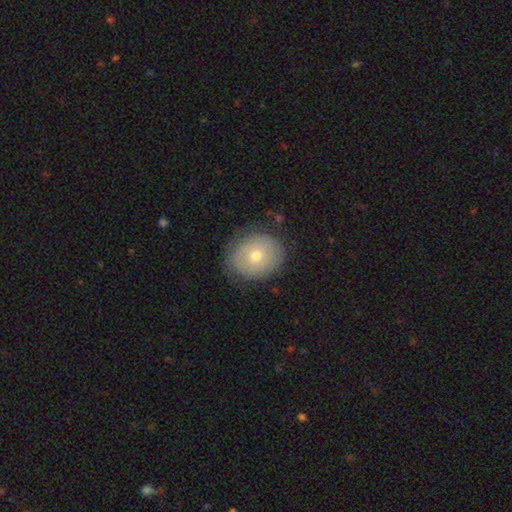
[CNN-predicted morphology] type=smooth (59%); roundness=round (70%); merging=none (77%).